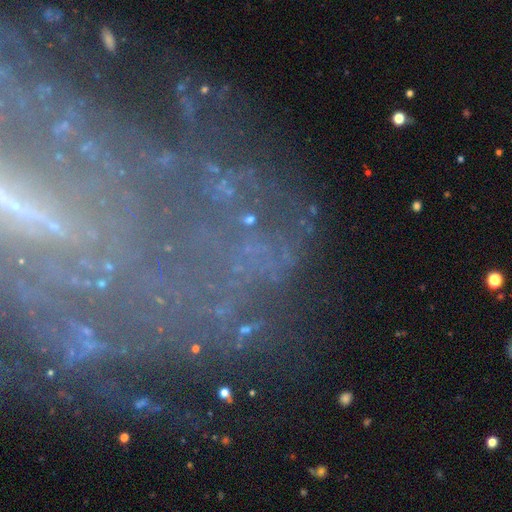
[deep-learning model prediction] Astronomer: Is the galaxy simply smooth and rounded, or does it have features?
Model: featured or disk — 46% (runner-up: star or artifact, 40%).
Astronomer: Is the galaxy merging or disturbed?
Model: none — 63%.